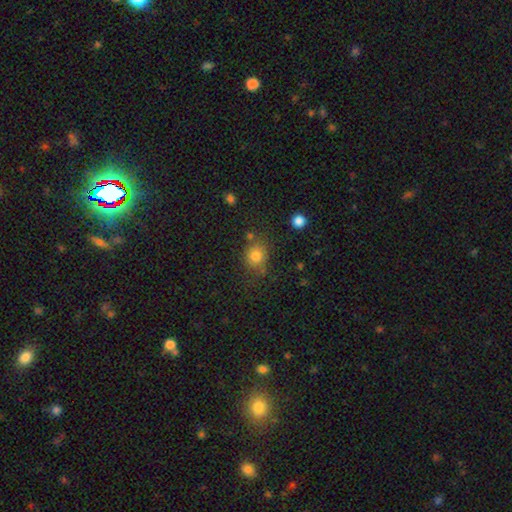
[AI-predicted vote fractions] A smooth galaxy with no disk features (81%) that is round (73%).

Vote fractions:
- Smooth or featured? smooth: 81% / star or artifact: 13% / featured or disk: 7%
- How rounded? round: 73% / in between: 26% / cigar-shaped: 1%
- Merging? none: 71% / minor disturbance: 15% / merger: 7% / major disturbance: 7%